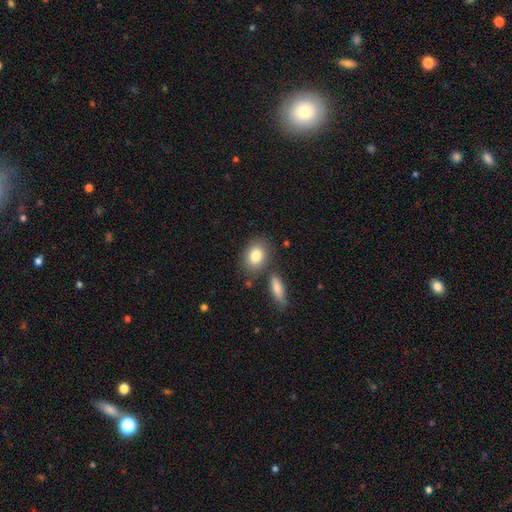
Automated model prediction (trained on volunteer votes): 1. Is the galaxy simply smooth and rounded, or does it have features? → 83% smooth, 9% featured or disk, 7% star or artifact.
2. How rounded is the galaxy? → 70% in between, 28% round, 2% cigar-shaped.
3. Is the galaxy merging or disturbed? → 71% none, 13% merger, 13% minor disturbance, 4% major disturbance.